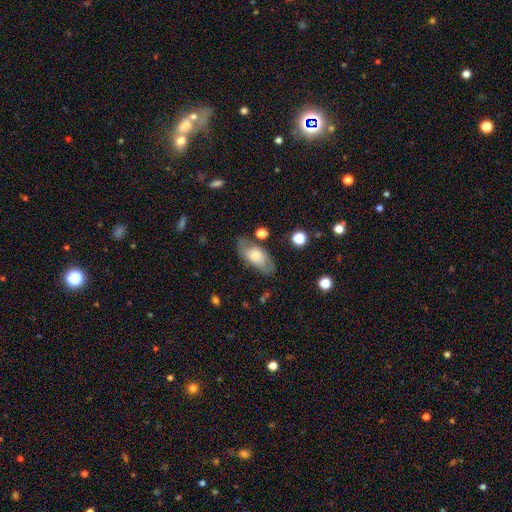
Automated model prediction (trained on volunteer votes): A smooth galaxy with no disk features (61%) that is in between round and cigar-shaped (88%).

Vote fractions:
- Smooth or featured? smooth: 61% / featured or disk: 32% / star or artifact: 7%
- How rounded? in between: 88% / cigar-shaped: 8% / round: 4%
- Merging? none: 67% / minor disturbance: 21% / major disturbance: 8% / merger: 4%